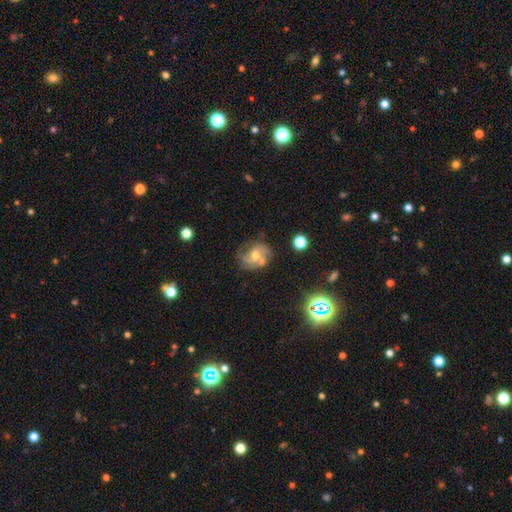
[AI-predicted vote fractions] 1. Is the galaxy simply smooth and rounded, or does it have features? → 70% featured or disk, 18% smooth, 12% star or artifact.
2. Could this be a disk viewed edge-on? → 97% no, 3% yes.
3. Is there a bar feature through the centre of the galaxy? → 64% no, 30% weak, 6% strong.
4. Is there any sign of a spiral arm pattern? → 90% yes, 10% no.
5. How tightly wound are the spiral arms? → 48% medium, 26% loose, 26% tight.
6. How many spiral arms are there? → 43% 2, 28% 3, 17% can't tell, 5% 1, 4% 4, 3% more than 4.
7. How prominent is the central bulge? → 59% moderate, 34% small, 3% large, 3% none, 1% dominant.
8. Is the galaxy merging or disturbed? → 59% none, 21% minor disturbance, 10% merger, 10% major disturbance.